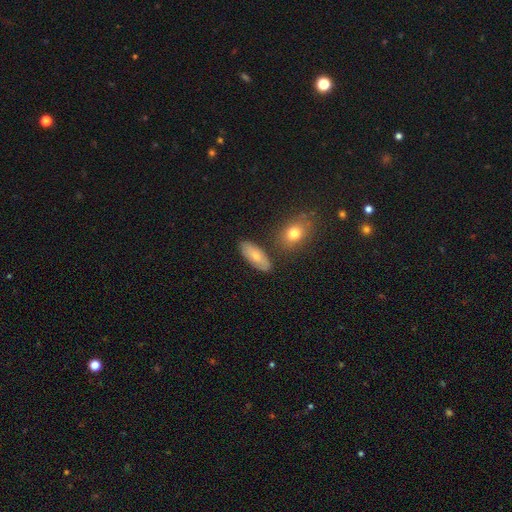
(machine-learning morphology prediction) Overall: smooth (72%). How rounded: in between (82%). Merging: none (78%).